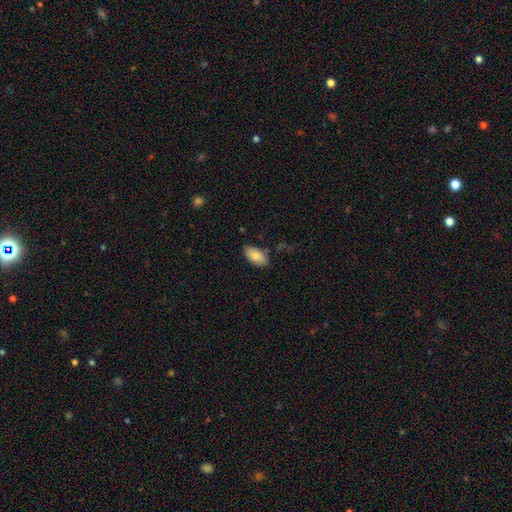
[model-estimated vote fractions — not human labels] Overall: smooth (85%). How rounded: in between (93%). Merging: none (80%).